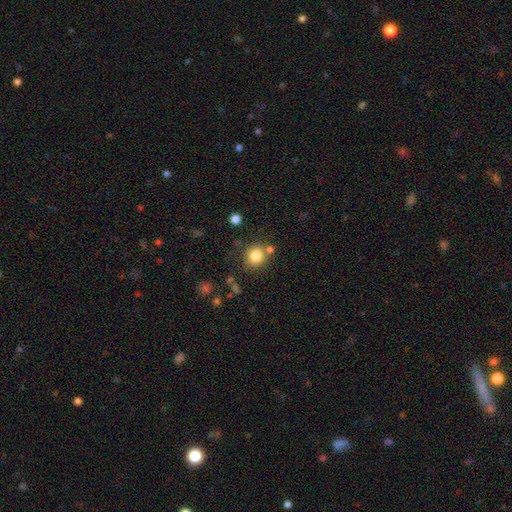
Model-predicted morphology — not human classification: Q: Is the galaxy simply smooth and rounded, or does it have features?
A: smooth — 81%.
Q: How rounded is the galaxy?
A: round — 88%.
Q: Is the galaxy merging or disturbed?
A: none — 76%.